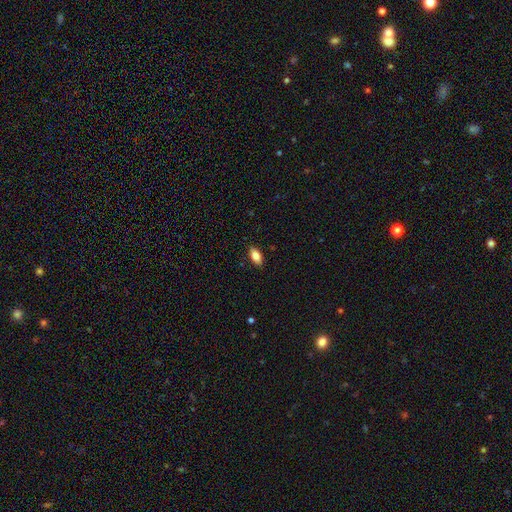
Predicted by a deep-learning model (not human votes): smooth_or_featured: smooth (p=0.83) [alt: featured or disk p=0.09]
how_rounded: in between (p=0.89) [alt: cigar-shaped p=0.08]
merging: none (p=0.87) [alt: minor disturbance p=0.10]